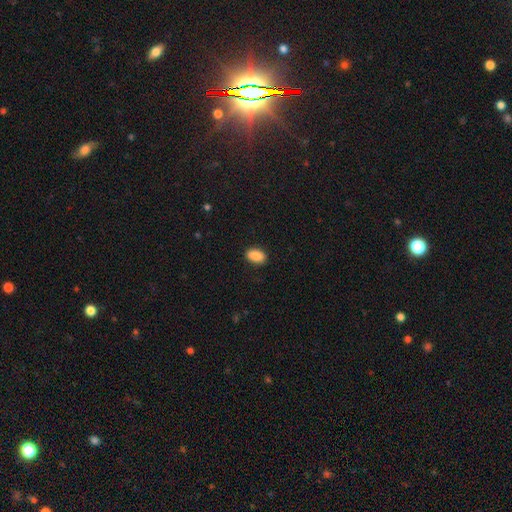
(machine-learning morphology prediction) A smooth galaxy with no disk features (88%) that is in between round and cigar-shaped (91%).

Vote fractions:
- Smooth or featured? smooth: 88% / star or artifact: 7% / featured or disk: 4%
- How rounded? in between: 91% / round: 6% / cigar-shaped: 3%
- Merging? none: 89% / minor disturbance: 8% / major disturbance: 2% / merger: 1%